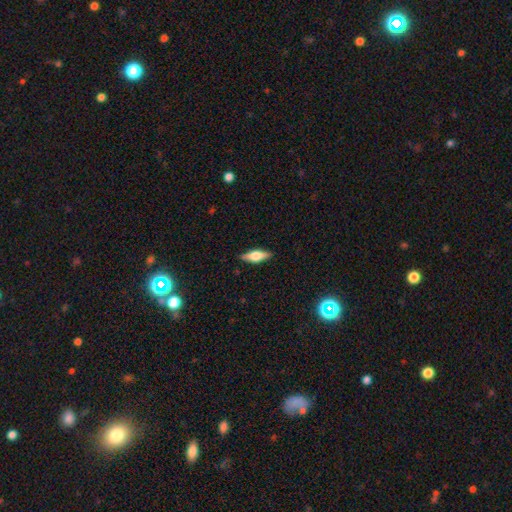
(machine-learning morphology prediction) Q: Smooth or featured?
A: smooth (52%); runner-up: featured or disk (41%)
Q: How rounded?
A: in between (60%); runner-up: cigar-shaped (37%)
Q: Merging?
A: none (87%); runner-up: minor disturbance (10%)